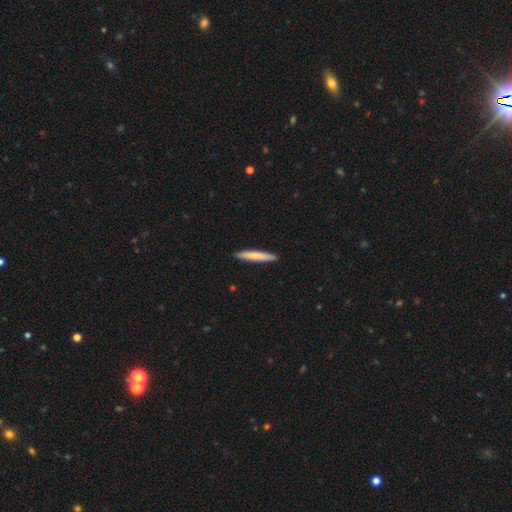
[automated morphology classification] Smooth or featured? smooth (76%)
How rounded? cigar-shaped (95%)
Merging? none (92%)